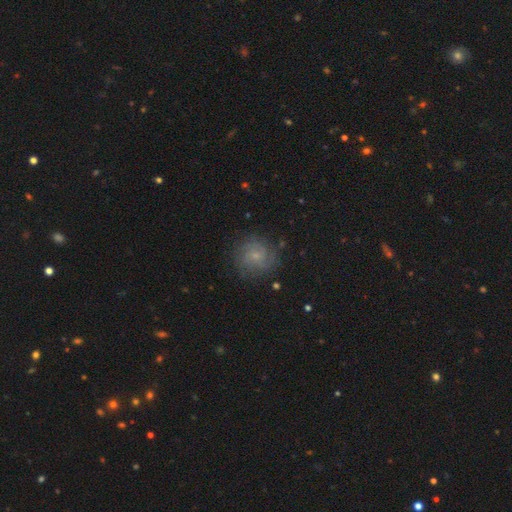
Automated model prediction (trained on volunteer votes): A featured or disk galaxy (47%).

Vote fractions:
- Smooth or featured? featured or disk: 47% / smooth: 41% / star or artifact: 12%
- Merging? none: 77% / minor disturbance: 15% / major disturbance: 6% / merger: 1%